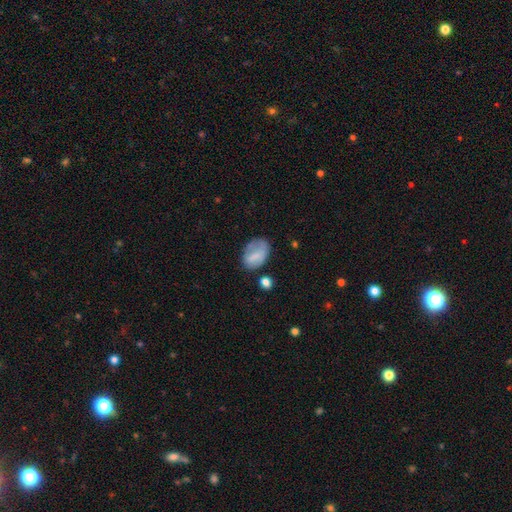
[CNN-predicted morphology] smooth-or-featured: smooth: 70% | featured or disk: 21% | star or artifact: 9%
  how-rounded: in between: 83% | round: 15% | cigar-shaped: 1%
  merging: none: 50% | minor disturbance: 30% | major disturbance: 15% | merger: 5%